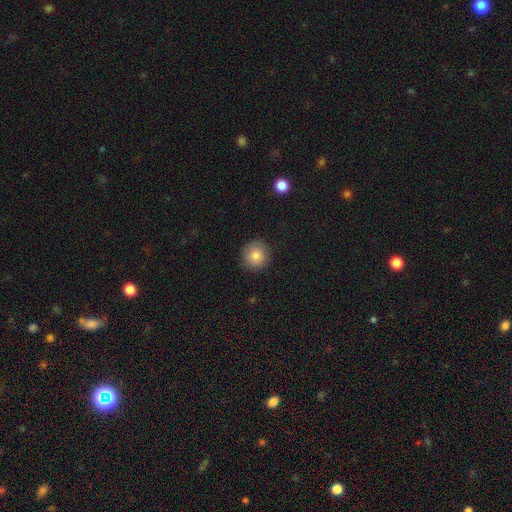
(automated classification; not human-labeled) Smooth or featured? Predicted: smooth (p=0.83). How rounded? Predicted: round (p=0.93). Merging? Predicted: none (p=0.88).